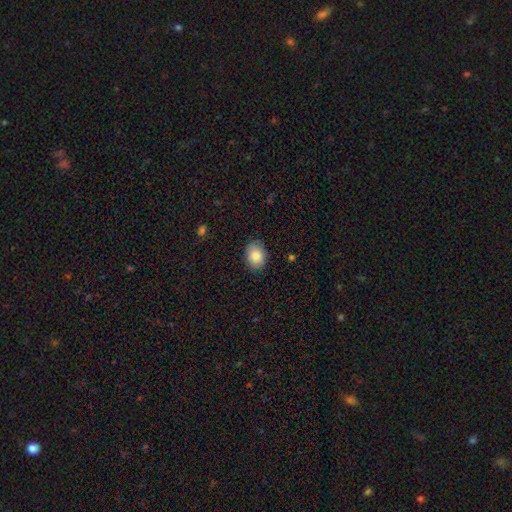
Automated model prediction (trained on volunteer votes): Smooth or featured? Predicted: smooth (p=0.84). How rounded? Predicted: in between (p=0.66). Merging? Predicted: none (p=0.87).